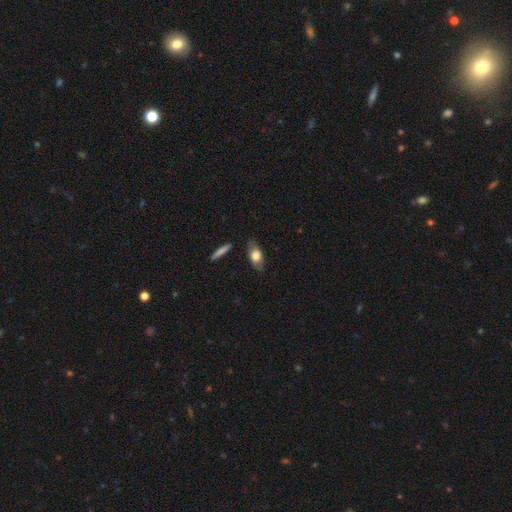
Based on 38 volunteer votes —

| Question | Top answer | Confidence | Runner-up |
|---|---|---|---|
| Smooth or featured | smooth | 66% | featured or disk (29%) |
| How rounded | in between | 80% | cigar-shaped (16%) |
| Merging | none | 89% | minor disturbance (8%) |